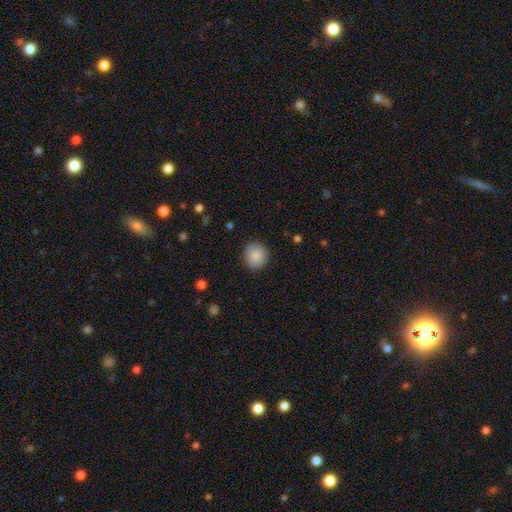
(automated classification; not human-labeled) Q: Smooth or featured?
A: smooth (87%); runner-up: star or artifact (8%)
Q: How rounded?
A: round (90%); runner-up: in between (9%)
Q: Merging?
A: none (89%); runner-up: minor disturbance (8%)